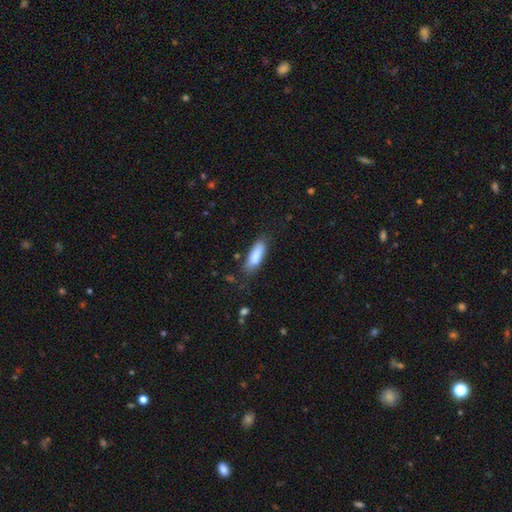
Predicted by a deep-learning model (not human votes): Smooth or featured? smooth (86%)
How rounded? in between (61%)
Merging? none (74%)